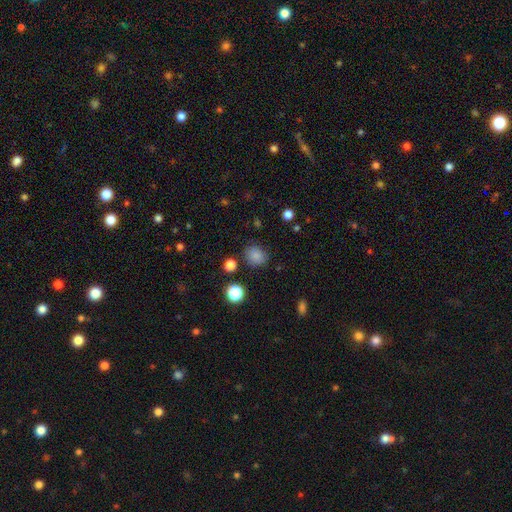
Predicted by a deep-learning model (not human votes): This is clearly a smooth galaxy (83%). How rounded: likely round (72%). Merging: clearly none (82%).